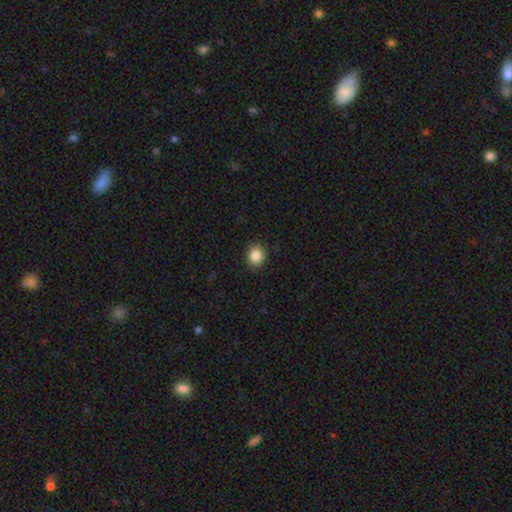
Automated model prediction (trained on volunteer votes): Morphology: type=smooth (87%); roundness=round (67%); merging=none (90%).